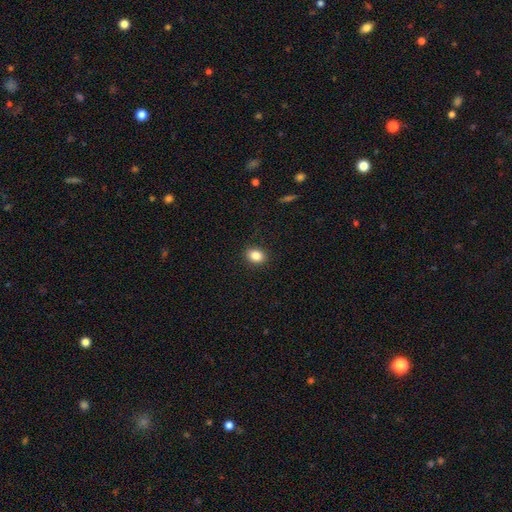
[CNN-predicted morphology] Smooth or featured?
  - smooth: 85% *
  - star or artifact: 10%
  - featured or disk: 5%
How rounded?
  - in between: 63% *
  - round: 35%
  - cigar-shaped: 1%
Merging?
  - none: 89% *
  - minor disturbance: 8%
  - major disturbance: 2%
  - merger: 1%